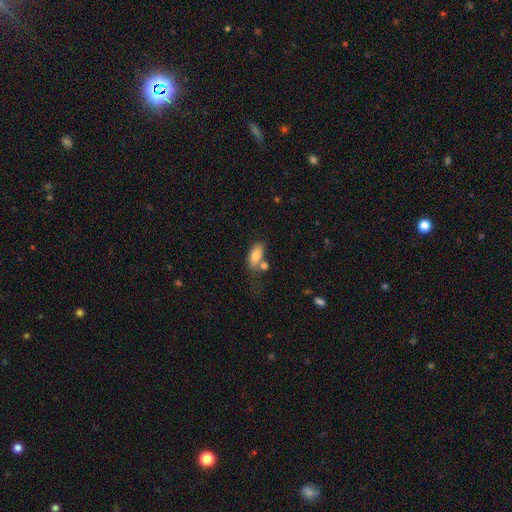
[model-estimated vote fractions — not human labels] Overall: smooth (78%). How rounded: in between (85%). Merging: none (42%; merger 28%).